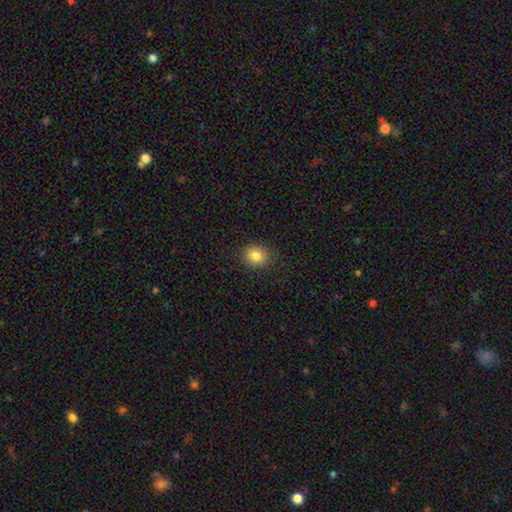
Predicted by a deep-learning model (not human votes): Overall: smooth (82%). How rounded: round (74%). Merging: none (87%).